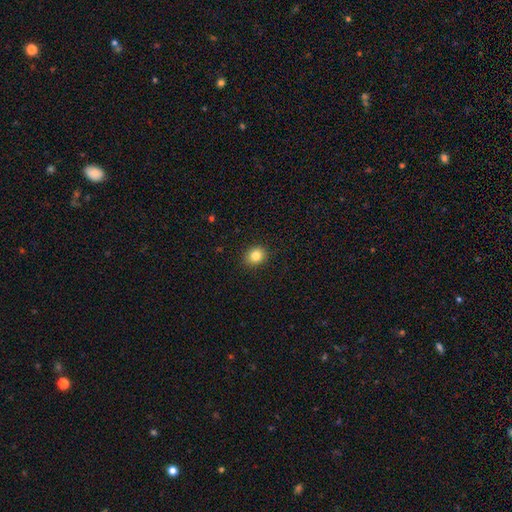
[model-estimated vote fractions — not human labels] The model was most divided on "how rounded": round: 64%, in between: 35%, cigar-shaped: 1%. More confident: merging — none (90%); smooth or featured — smooth (83%).